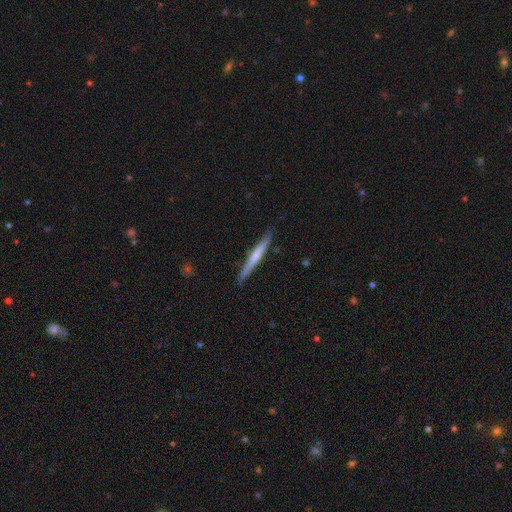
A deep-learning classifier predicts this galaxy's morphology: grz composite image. It shows a smooth galaxy with no disk features (49%). Merging: none (88%).